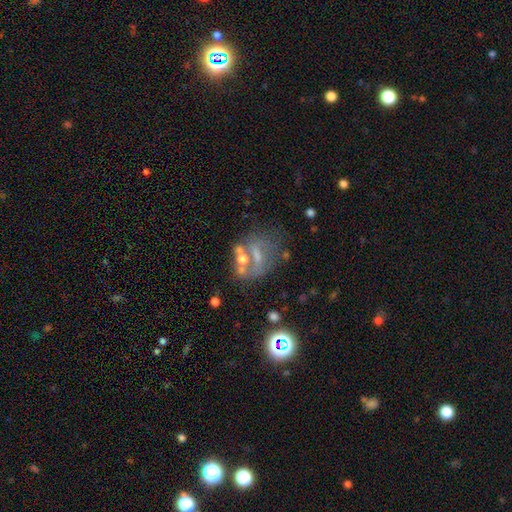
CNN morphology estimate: The model was most divided on "merging": none: 43%, merger: 23%, minor disturbance: 17%, major disturbance: 17%. Remaining: smooth or featured — featured or disk (50%).